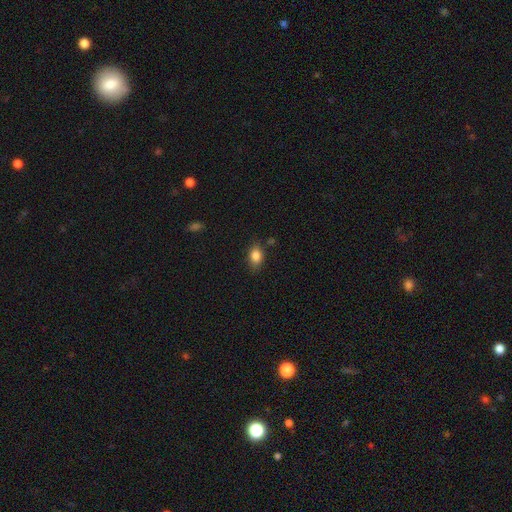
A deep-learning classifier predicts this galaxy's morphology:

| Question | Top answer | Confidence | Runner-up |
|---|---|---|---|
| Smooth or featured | smooth | 85% | star or artifact (9%) |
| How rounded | in between | 79% | round (19%) |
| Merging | none | 77% | minor disturbance (16%) |